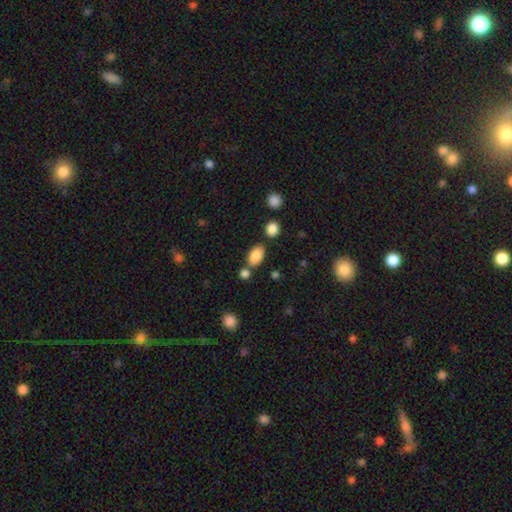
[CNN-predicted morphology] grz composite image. It shows a smooth galaxy with no disk features (86%) that is in between round and cigar-shaped (90%). Merging: none (70%).